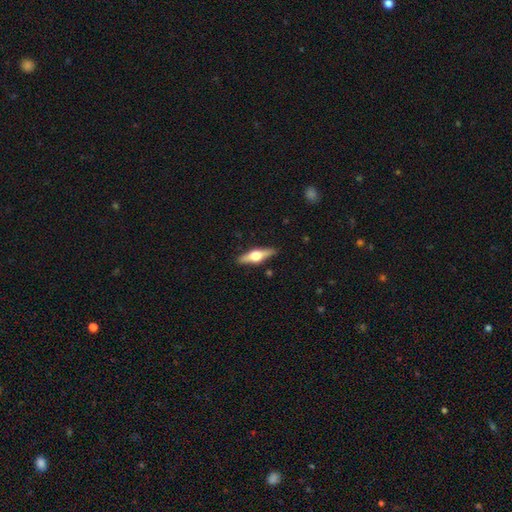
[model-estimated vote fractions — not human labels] smooth-or-featured: featured or disk: 61% | smooth: 33% | star or artifact: 6%
  disk-edge-on: yes: 96% | no: 4%
    edge-on-bulge: rounded: 95% | boxy: 4% | none: 1%
  merging: none: 89% | minor disturbance: 8% | major disturbance: 2% | merger: 1%